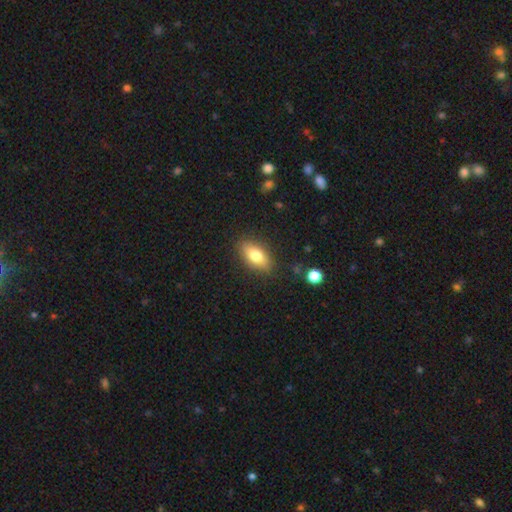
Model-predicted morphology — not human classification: Smooth or featured?
  - smooth: 78% *
  - featured or disk: 15%
  - star or artifact: 8%
How rounded?
  - in between: 87% *
  - cigar-shaped: 8%
  - round: 5%
Merging?
  - none: 85% *
  - minor disturbance: 11%
  - major disturbance: 3%
  - merger: 1%